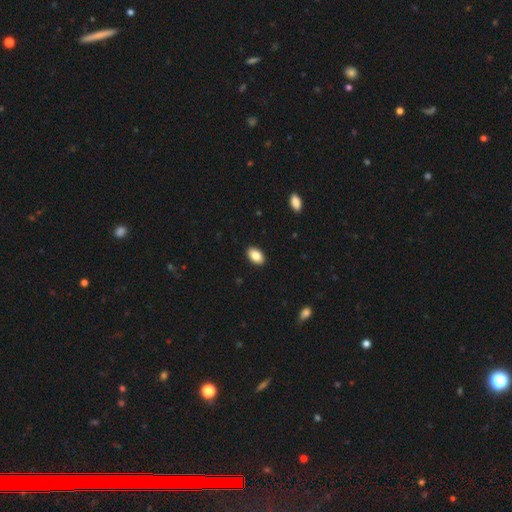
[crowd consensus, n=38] Smooth or featured: smooth — 87% (star or artifact — 8%)
How rounded: in between — 97% (round — 3%)
Merging: none — 91% (minor disturbance — 9%)